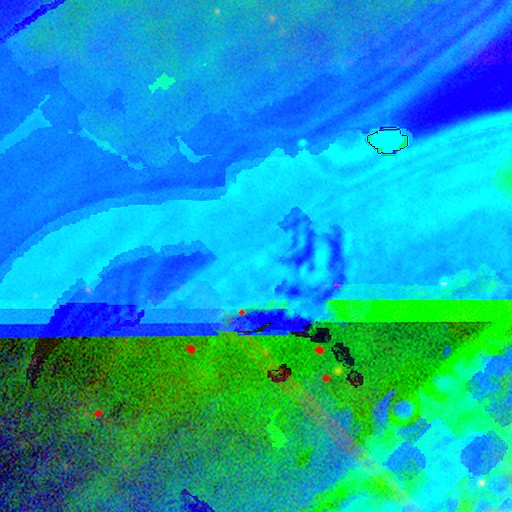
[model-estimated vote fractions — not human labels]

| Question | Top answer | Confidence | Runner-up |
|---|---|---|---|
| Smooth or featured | star or artifact | 88% | featured or disk (6%) |